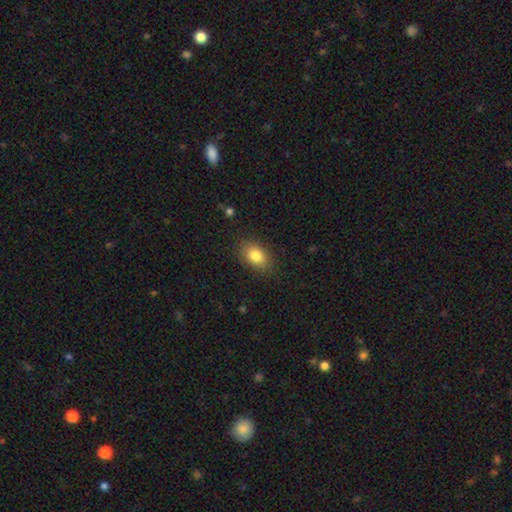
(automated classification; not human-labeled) Smooth or featured?
  - smooth: 82% *
  - featured or disk: 10%
  - star or artifact: 8%
How rounded?
  - in between: 85% *
  - round: 13%
  - cigar-shaped: 2%
Merging?
  - none: 84% *
  - minor disturbance: 12%
  - major disturbance: 3%
  - merger: 1%